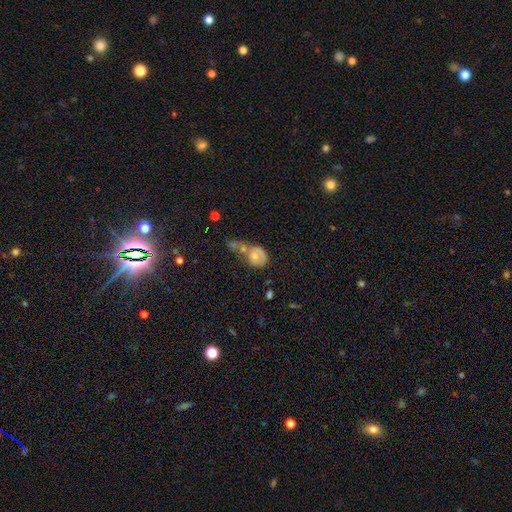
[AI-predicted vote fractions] This appears to be a smooth galaxy with no disk features (58%) that is round (57%). Merging: merger (55%).